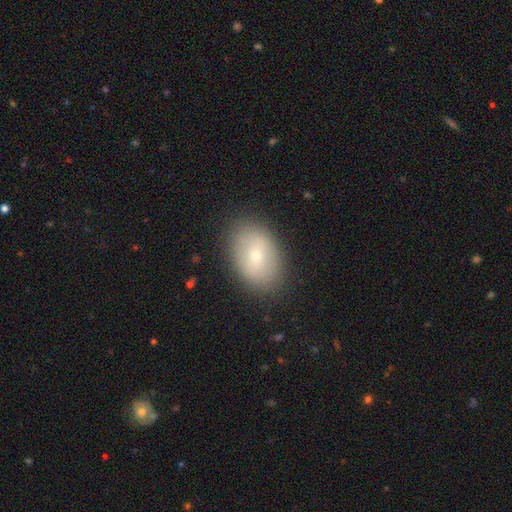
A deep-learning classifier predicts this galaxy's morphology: type=smooth (65%); roundness=in between (84%); merging=none (86%).